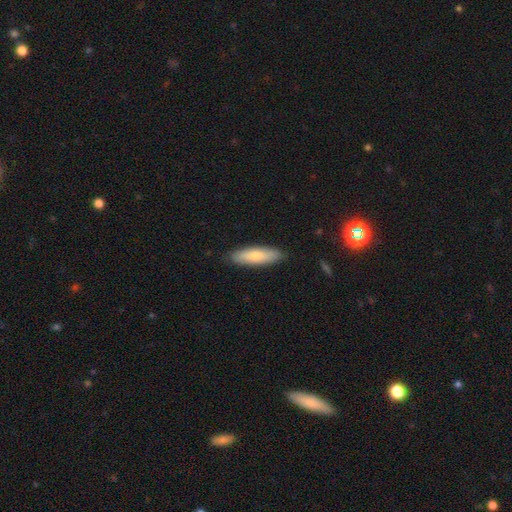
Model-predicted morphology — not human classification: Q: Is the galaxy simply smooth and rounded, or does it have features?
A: smooth — 75%.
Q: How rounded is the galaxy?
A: cigar-shaped — 57%.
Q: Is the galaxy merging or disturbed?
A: none — 87%.